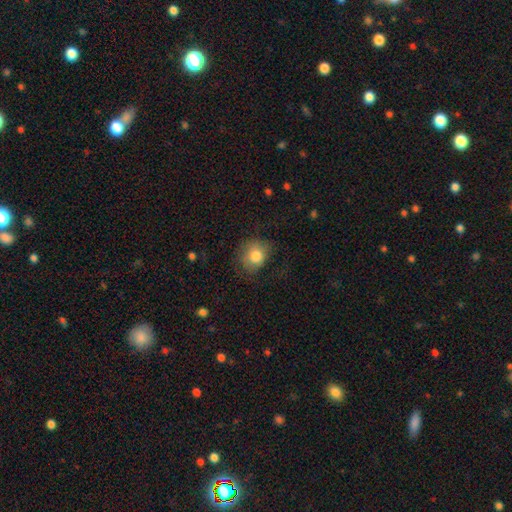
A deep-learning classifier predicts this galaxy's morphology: A smooth galaxy with no disk features (81%) that is round (68%). Merging: none (64%).